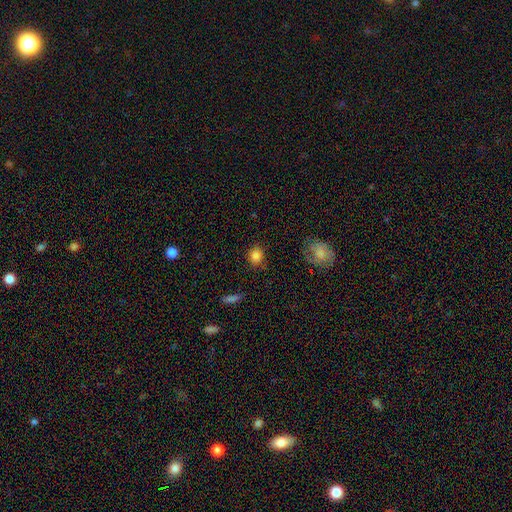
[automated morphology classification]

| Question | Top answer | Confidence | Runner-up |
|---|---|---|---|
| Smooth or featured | smooth | 85% | star or artifact (11%) |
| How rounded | round | 79% | in between (20%) |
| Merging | none | 84% | minor disturbance (11%) |